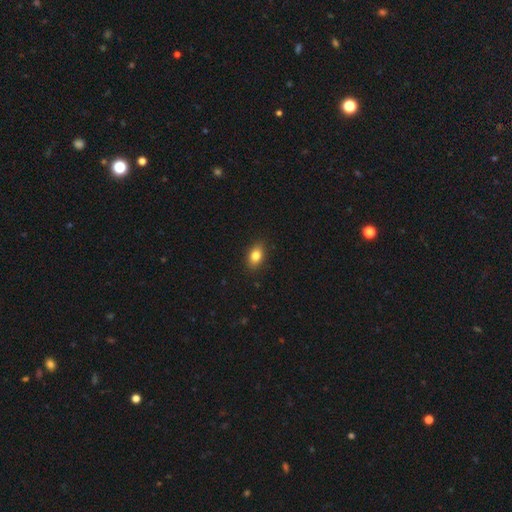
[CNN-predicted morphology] This appears to be a smooth galaxy with no disk features (82%) that is in between round and cigar-shaped (83%). Merging: none (88%).